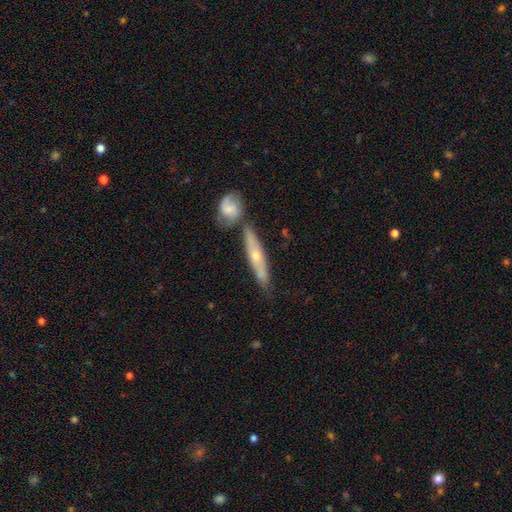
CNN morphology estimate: Q: Smooth or featured?
A: featured or disk (57%); runner-up: smooth (36%)
Q: Edge-on disk?
A: yes (73%); runner-up: no (27%)
Q: Merging?
A: none (63%); runner-up: merger (18%)